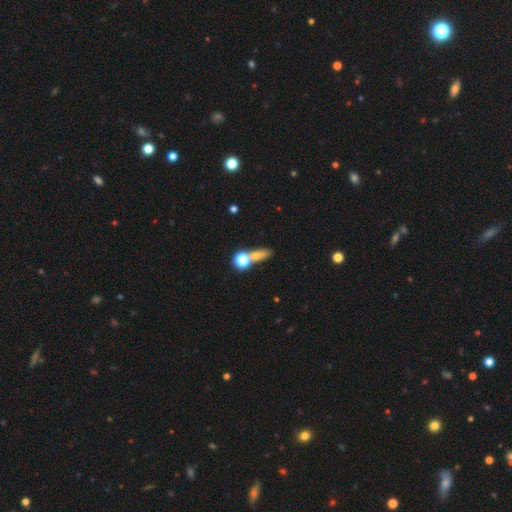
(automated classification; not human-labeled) Smooth or featured? smooth (61%)
How rounded? round (37%)
Merging? none (51%)